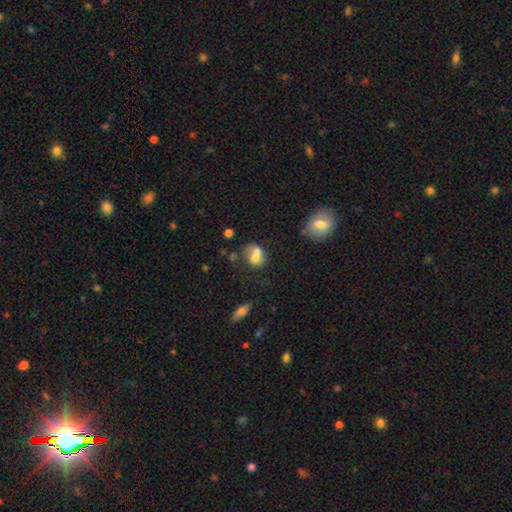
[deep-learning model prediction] Smooth or featured?
  - smooth: 66% *
  - featured or disk: 23%
  - star or artifact: 11%
How rounded?
  - in between: 54% *
  - round: 44%
  - cigar-shaped: 1%
Merging?
  - merger: 60% *
  - none: 22%
  - minor disturbance: 10%
  - major disturbance: 8%